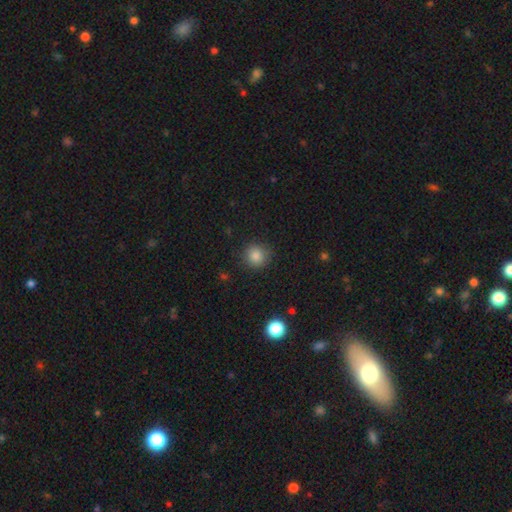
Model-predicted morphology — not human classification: Smooth or featured?
  - smooth: 85% *
  - star or artifact: 11%
  - featured or disk: 4%
How rounded?
  - round: 91% *
  - in between: 8%
  - cigar-shaped: 1%
Merging?
  - none: 87% *
  - minor disturbance: 9%
  - major disturbance: 3%
  - merger: 1%